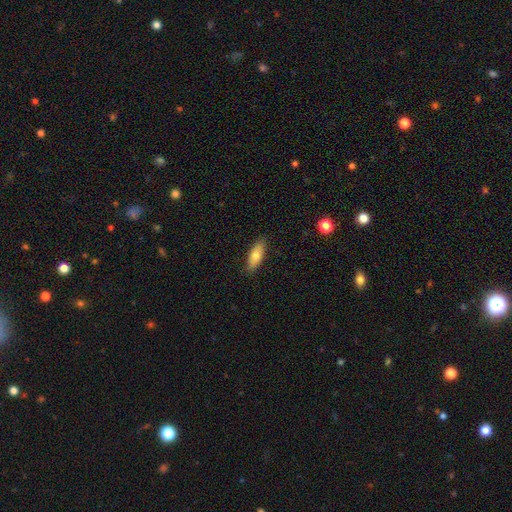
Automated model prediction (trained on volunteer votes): Smooth or featured? Predicted: smooth (p=0.70). How rounded? Predicted: in between (p=0.62). Merging? Predicted: none (p=0.87).